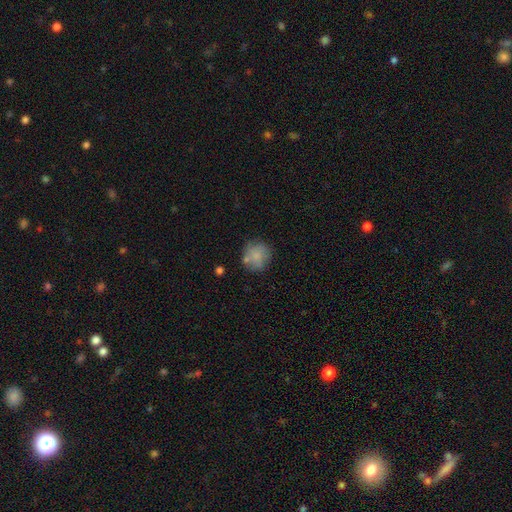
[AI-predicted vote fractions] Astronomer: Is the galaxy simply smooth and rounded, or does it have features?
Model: smooth — 74%.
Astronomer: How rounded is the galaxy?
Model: round — 84%.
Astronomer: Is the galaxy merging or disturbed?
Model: none — 65%.